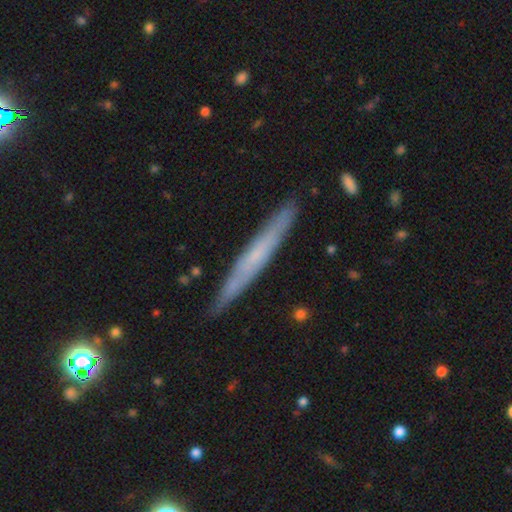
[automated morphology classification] Smooth or featured?
  - featured or disk: 51% *
  - smooth: 43%
  - star or artifact: 7%
Edge-on disk?
  - yes: 93% *
  - no: 7%
Merging?
  - none: 89% *
  - minor disturbance: 9%
  - major disturbance: 1%
  - merger: 1%